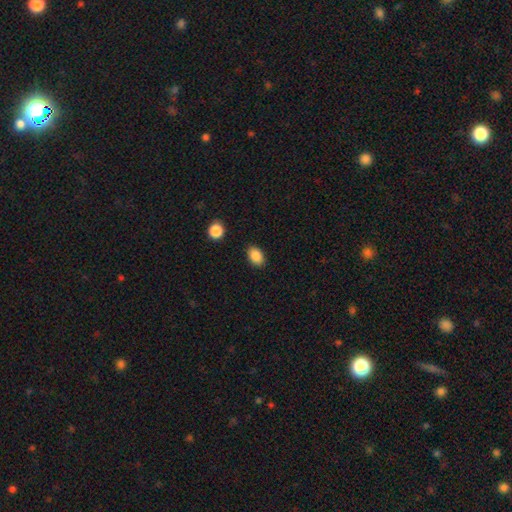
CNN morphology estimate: A smooth galaxy with no disk features (88%) that is in between round and cigar-shaped (83%).

Vote fractions:
- Smooth or featured? smooth: 88% / star or artifact: 9% / featured or disk: 4%
- How rounded? in between: 83% / round: 16% / cigar-shaped: 1%
- Merging? none: 88% / minor disturbance: 9% / major disturbance: 2% / merger: 2%